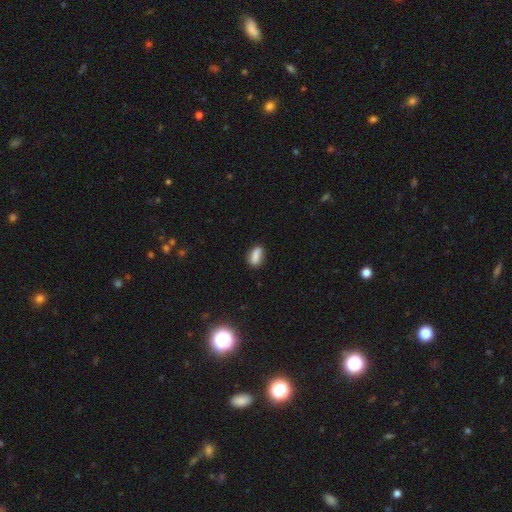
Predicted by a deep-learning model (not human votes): Smooth or featured?
  - smooth: 80% *
  - featured or disk: 11%
  - star or artifact: 9%
How rounded?
  - in between: 78% *
  - cigar-shaped: 15%
  - round: 7%
Merging?
  - none: 76% *
  - minor disturbance: 18%
  - major disturbance: 4%
  - merger: 3%